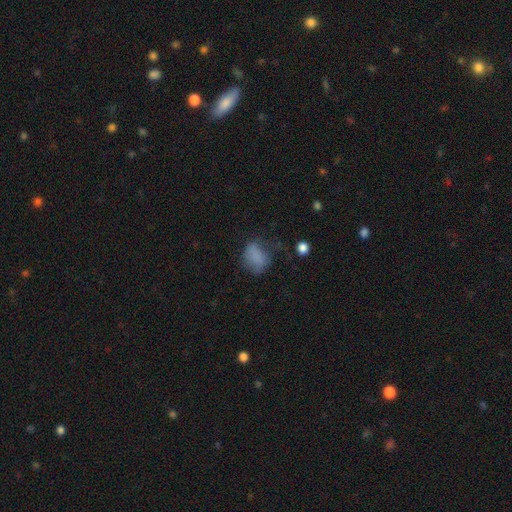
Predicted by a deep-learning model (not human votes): Smooth or featured: smooth — 76% (star or artifact — 12%)
How rounded: in between — 67% (round — 31%)
Merging: none — 45% (minor disturbance — 29%)